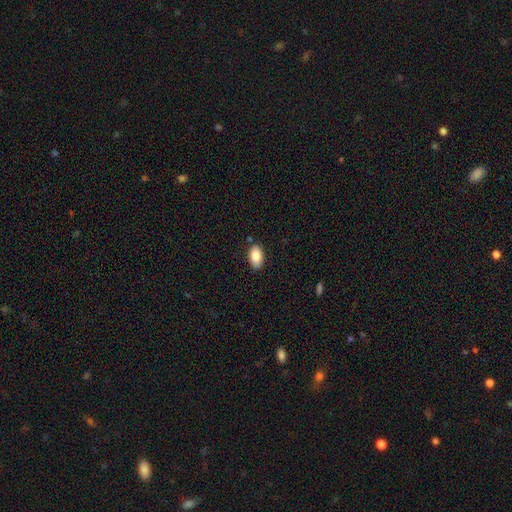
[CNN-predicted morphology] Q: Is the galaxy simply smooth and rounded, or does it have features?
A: smooth — 86%.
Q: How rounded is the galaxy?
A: in between — 92%.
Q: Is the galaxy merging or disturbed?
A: none — 84%.